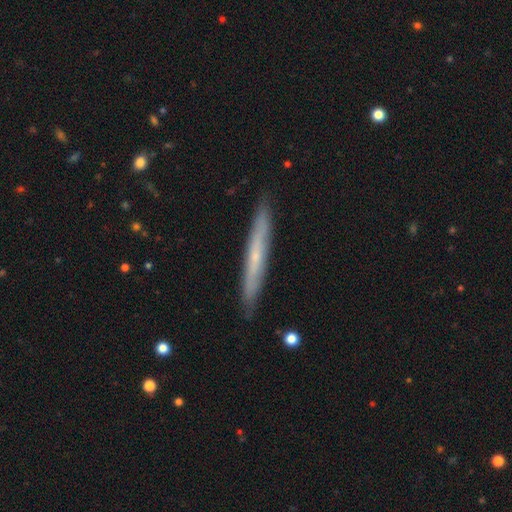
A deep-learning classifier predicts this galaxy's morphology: A featured or disk galaxy (52%) viewed edge-on (91%). Merging: none (89%).